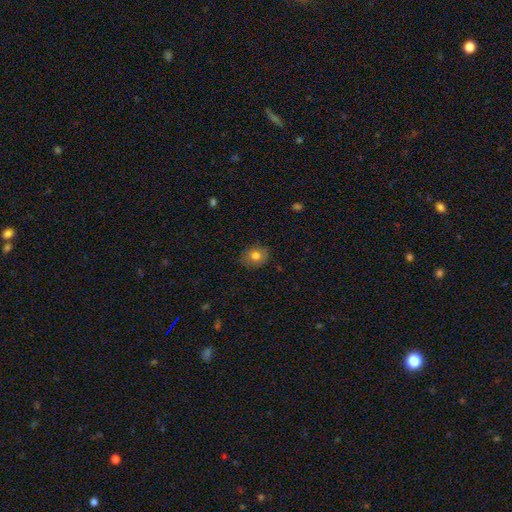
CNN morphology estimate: type=smooth (78%); roundness=round (53%); merging=none (84%).